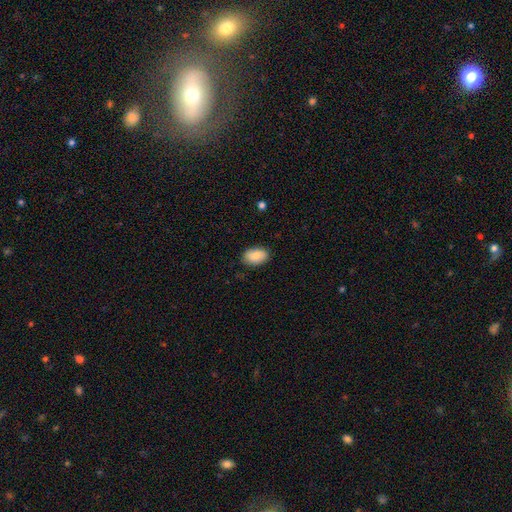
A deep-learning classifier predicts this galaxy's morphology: Smooth or featured: smooth — 88% (star or artifact — 7%)
How rounded: in between — 91% (round — 8%)
Merging: none — 85% (minor disturbance — 12%)